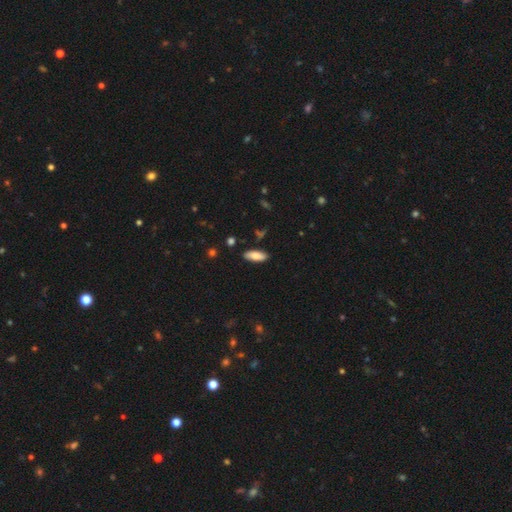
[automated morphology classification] smooth-or-featured: smooth: 82% | featured or disk: 12% | star or artifact: 6%
  how-rounded: in between: 77% | cigar-shaped: 21% | round: 2%
  merging: none: 88% | minor disturbance: 9% | major disturbance: 2% | merger: 1%